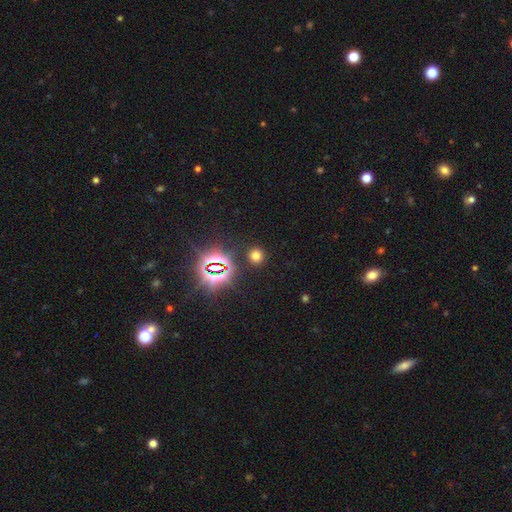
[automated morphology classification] Q: Smooth or featured?
A: smooth (65%); runner-up: star or artifact (29%)
Q: How rounded?
A: round (89%); runner-up: in between (10%)
Q: Merging?
A: none (89%); runner-up: minor disturbance (6%)